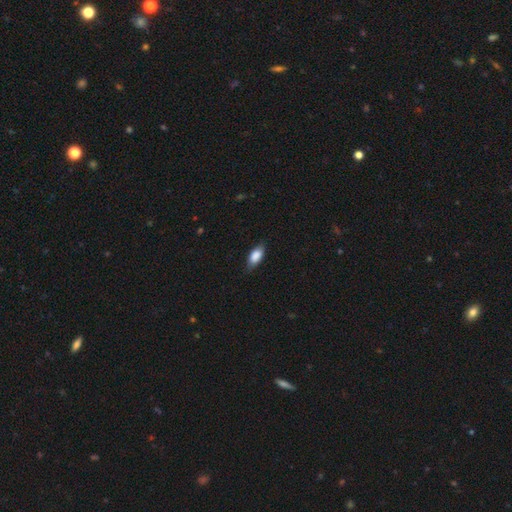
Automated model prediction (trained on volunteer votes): This appears to be a smooth galaxy with no disk features (83%) that is in between round and cigar-shaped (85%). Merging: none (78%).